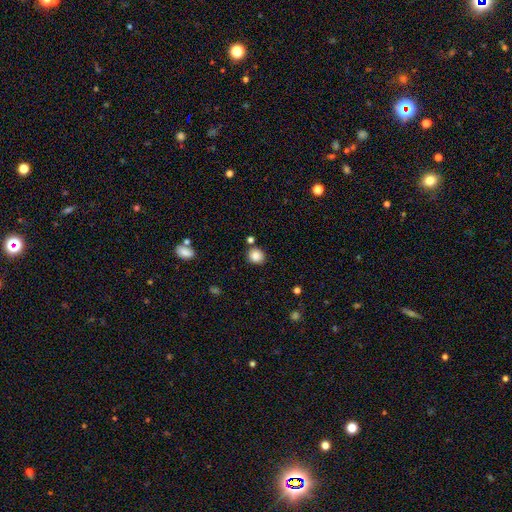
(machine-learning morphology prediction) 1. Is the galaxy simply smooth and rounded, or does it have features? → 86% smooth, 10% star or artifact, 4% featured or disk.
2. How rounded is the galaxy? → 83% round, 16% in between, 1% cigar-shaped.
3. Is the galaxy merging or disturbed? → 80% none, 10% minor disturbance, 7% merger, 3% major disturbance.